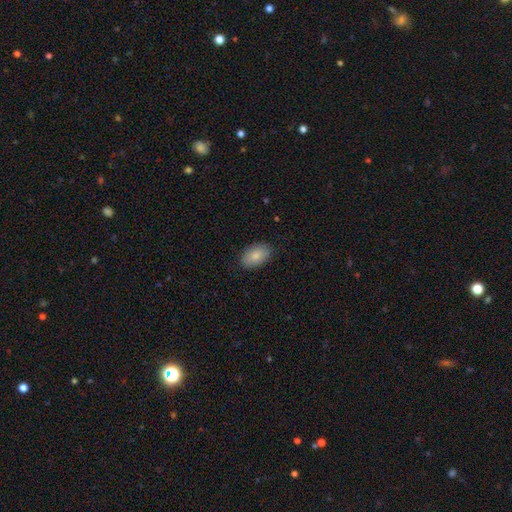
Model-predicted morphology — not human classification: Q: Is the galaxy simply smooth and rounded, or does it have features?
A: smooth — 84%.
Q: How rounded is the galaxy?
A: in between — 92%.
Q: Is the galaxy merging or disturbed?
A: none — 87%.